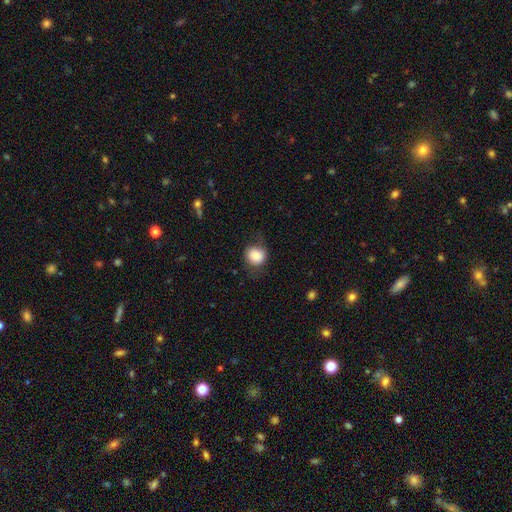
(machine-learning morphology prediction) This appears to be a smooth galaxy with no disk features (77%) that is round (78%). Merging: none (69%).